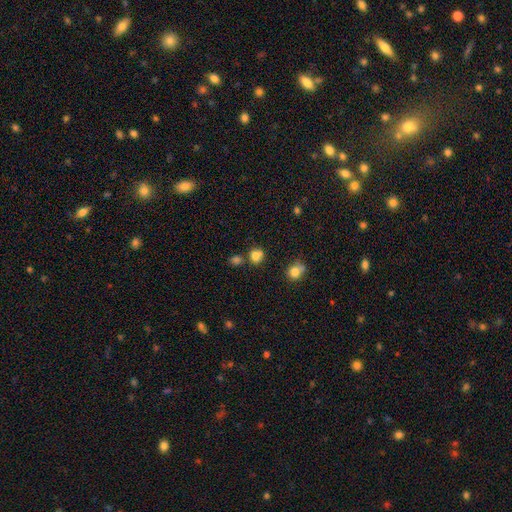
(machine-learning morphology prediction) Q: Smooth or featured?
A: smooth (78%); runner-up: star or artifact (15%)
Q: How rounded?
A: round (77%); runner-up: in between (22%)
Q: Merging?
A: none (62%); runner-up: merger (19%)